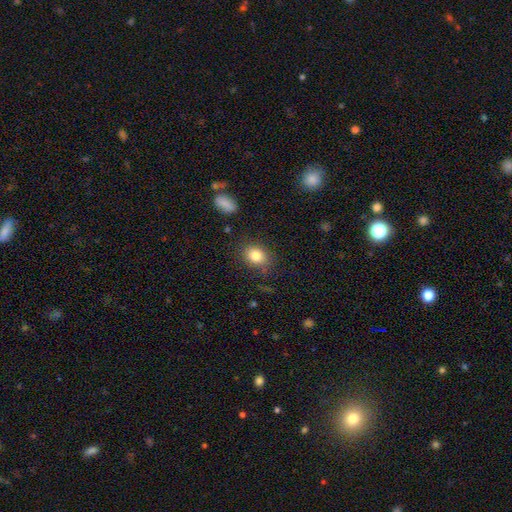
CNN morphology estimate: A smooth galaxy with no disk features (83%) that is in between round and cigar-shaped (55%). Merging: none (82%).